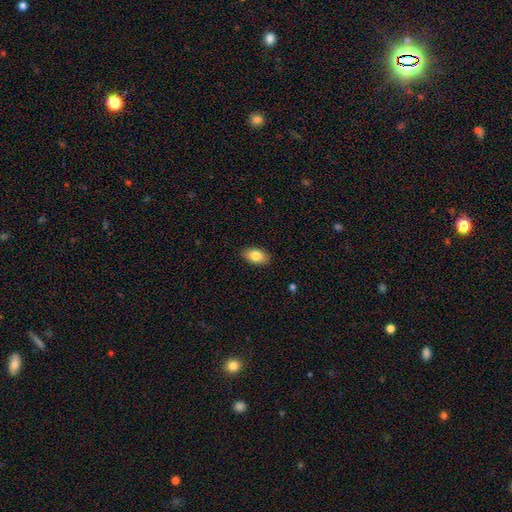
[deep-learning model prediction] Overall: smooth (82%). How rounded: in between (92%). Merging: none (88%).